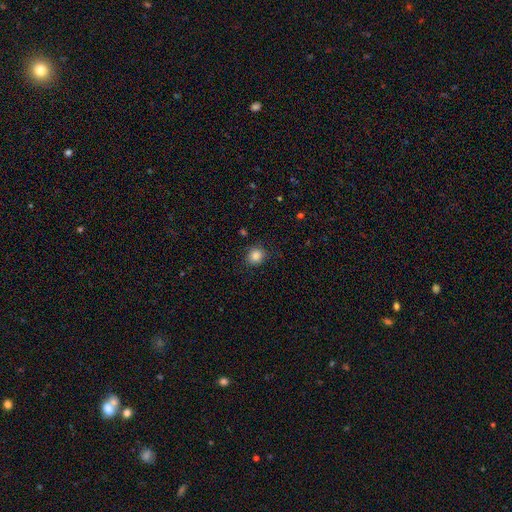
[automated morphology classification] The model was most divided on "how rounded": round: 82%, in between: 17%, cigar-shaped: 1%. More confident: smooth or featured — smooth (86%); merging — none (85%).